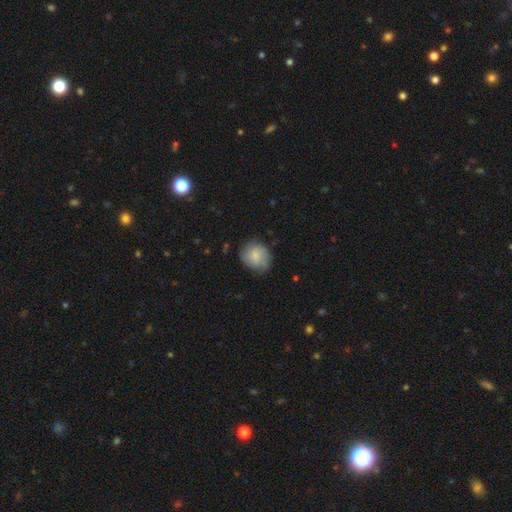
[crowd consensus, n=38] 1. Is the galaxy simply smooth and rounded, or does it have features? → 61% smooth, 34% featured or disk, 5% star or artifact.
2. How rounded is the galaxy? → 70% round, 30% in between, 0% cigar-shaped.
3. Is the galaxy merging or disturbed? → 53% none, 33% minor disturbance, 11% major disturbance, 3% merger.